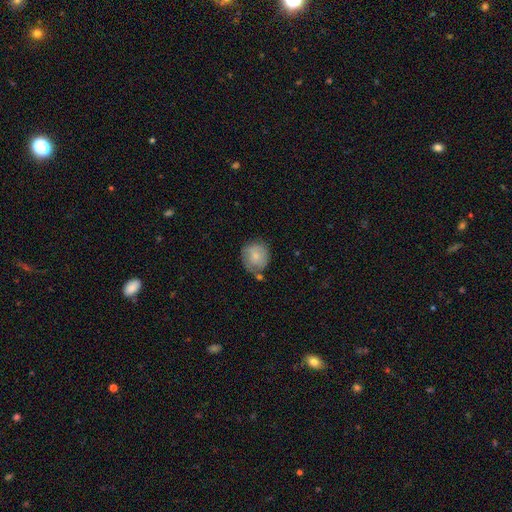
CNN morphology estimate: Smooth or featured? Predicted: smooth (p=0.76). How rounded? Predicted: round (p=0.84). Merging? Predicted: none (p=0.57).